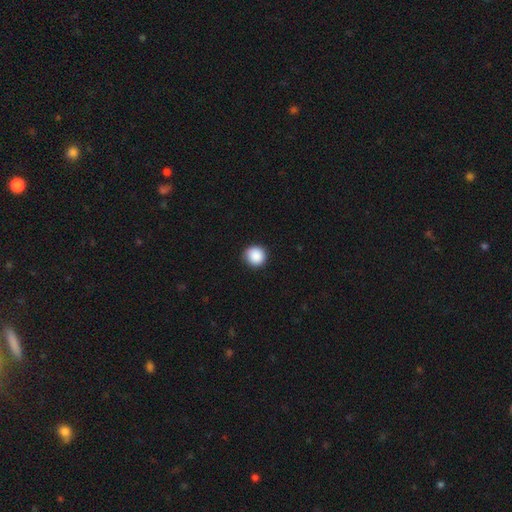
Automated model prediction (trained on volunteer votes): Smooth or featured?
  - smooth: 89% *
  - star or artifact: 8%
  - featured or disk: 2%
How rounded?
  - round: 94% *
  - in between: 5%
  - cigar-shaped: 1%
Merging?
  - none: 91% *
  - minor disturbance: 7%
  - major disturbance: 2%
  - merger: 1%